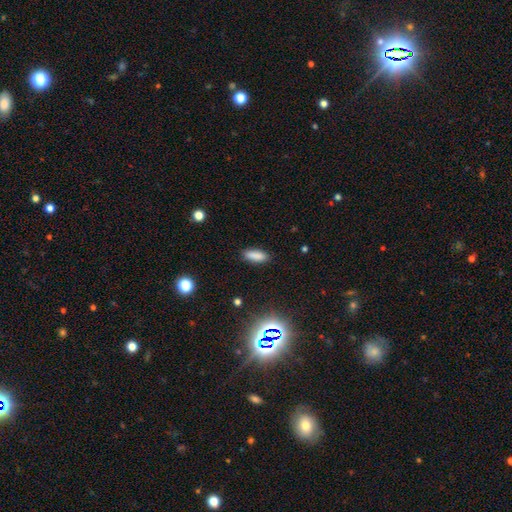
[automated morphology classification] A smooth galaxy with no disk features (85%) that is in between round and cigar-shaped (69%). Merging: none (88%).